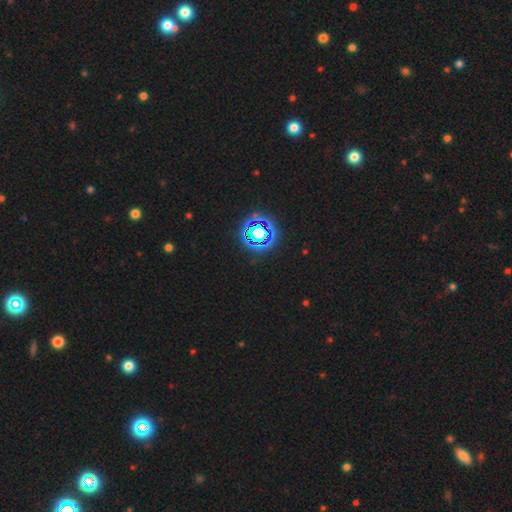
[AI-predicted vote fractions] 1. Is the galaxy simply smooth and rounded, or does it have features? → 70% star or artifact, 22% smooth, 8% featured or disk.